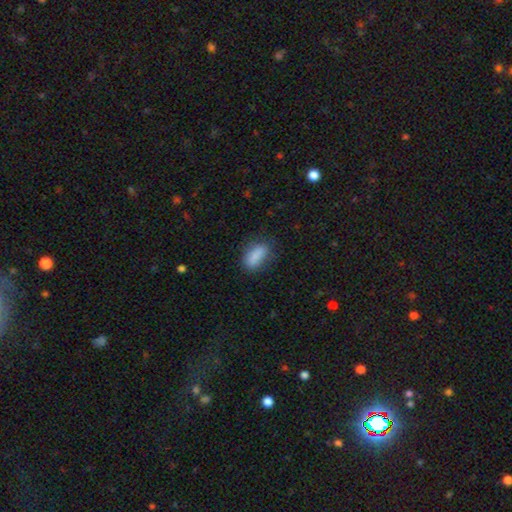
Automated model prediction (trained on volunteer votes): smooth_or_featured: smooth (p=0.86) [alt: star or artifact p=0.08]
how_rounded: in between (p=0.82) [alt: cigar-shaped p=0.14]
merging: none (p=0.73) [alt: minor disturbance p=0.19]